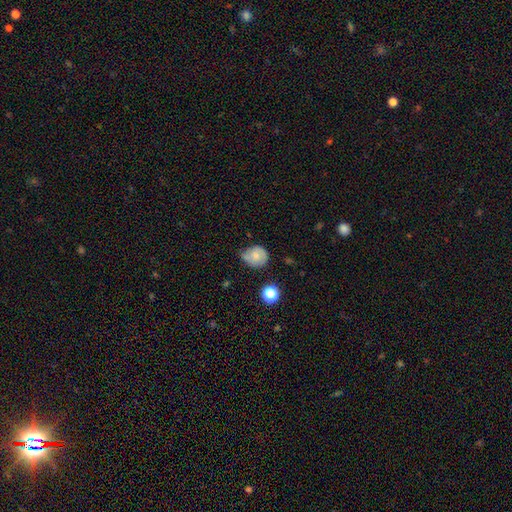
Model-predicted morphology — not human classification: smooth_or_featured: smooth (p=0.54) [alt: featured or disk p=0.35]
how_rounded: round (p=0.72) [alt: in between p=0.27]
merging: none (p=0.50) [alt: minor disturbance p=0.33]